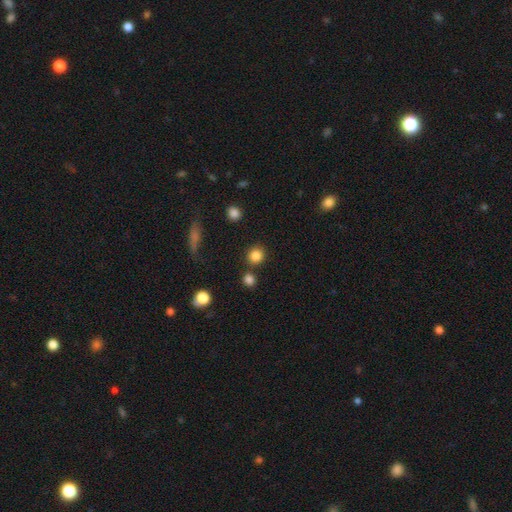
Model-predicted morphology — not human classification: Smooth or featured? Predicted: smooth (p=0.84). How rounded? Predicted: round (p=0.88). Merging? Predicted: none (p=0.80).